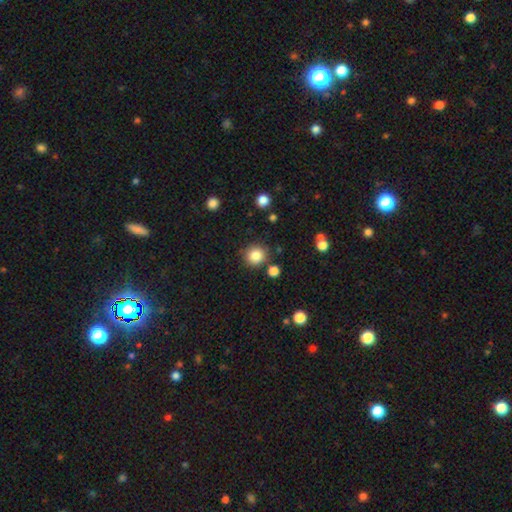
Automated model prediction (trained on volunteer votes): smooth-or-featured: smooth: 85% | star or artifact: 10% | featured or disk: 5%
  how-rounded: round: 91% | in between: 8% | cigar-shaped: 1%
  merging: none: 84% | minor disturbance: 8% | merger: 5% | major disturbance: 3%